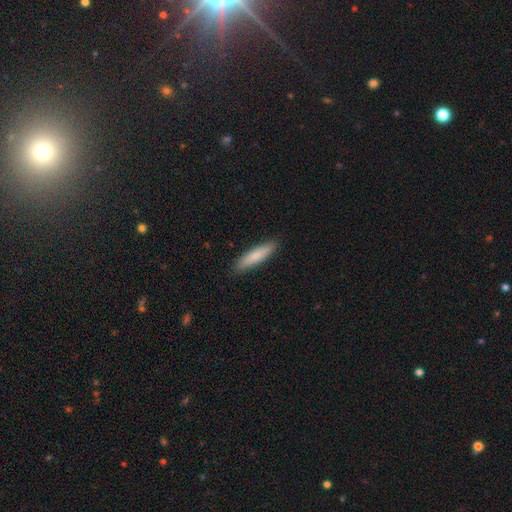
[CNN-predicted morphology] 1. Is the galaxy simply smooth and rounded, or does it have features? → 82% smooth, 13% featured or disk, 5% star or artifact.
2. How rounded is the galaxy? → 83% cigar-shaped, 16% in between, 1% round.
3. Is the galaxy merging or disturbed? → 89% none, 8% minor disturbance, 2% major disturbance, 1% merger.